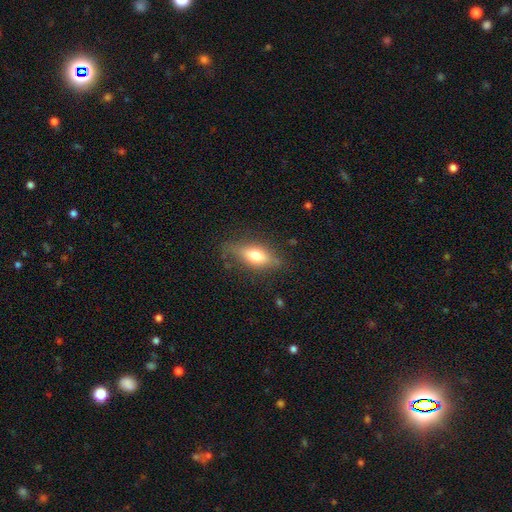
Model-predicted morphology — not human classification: Smooth or featured? smooth (59%)
How rounded? in between (67%)
Merging? none (75%)